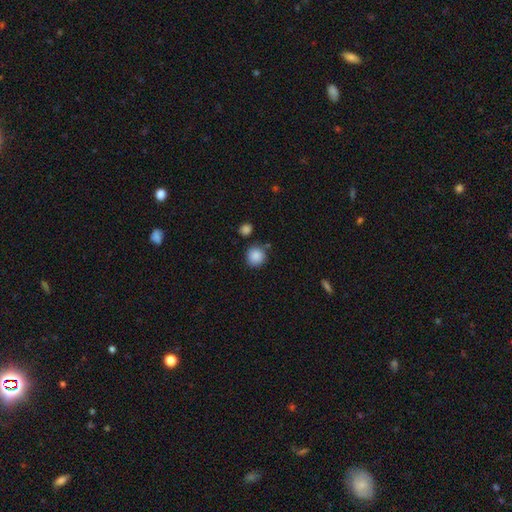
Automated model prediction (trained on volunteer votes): This is clearly a smooth galaxy (88%). How rounded: clearly round (90%). Merging: likely none (80%).